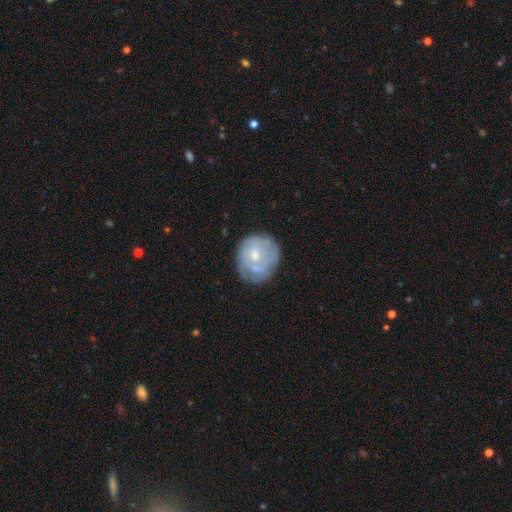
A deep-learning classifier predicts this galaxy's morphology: A featured or disk galaxy (53%) with no bar (83%), no spiral arms (56%) and a moderate central bulge (50%). Merging: none (62%).